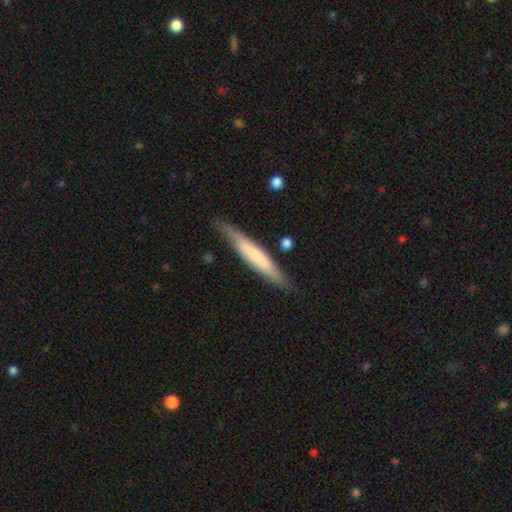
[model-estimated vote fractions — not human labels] Smooth or featured?
  - smooth: 58% *
  - featured or disk: 37%
  - star or artifact: 6%
How rounded?
  - cigar-shaped: 92% *
  - in between: 7%
  - round: 1%
Merging?
  - none: 81% *
  - minor disturbance: 14%
  - major disturbance: 3%
  - merger: 2%